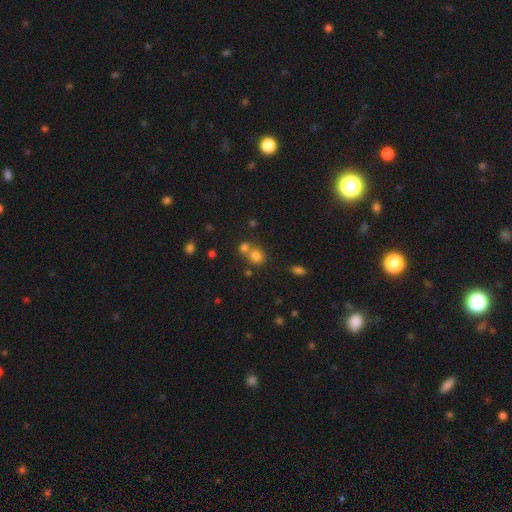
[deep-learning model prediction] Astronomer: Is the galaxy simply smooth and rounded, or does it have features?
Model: smooth — 77%.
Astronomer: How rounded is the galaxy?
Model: round — 81%.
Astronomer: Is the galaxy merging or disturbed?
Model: none — 45%, tied with merger at 45%.